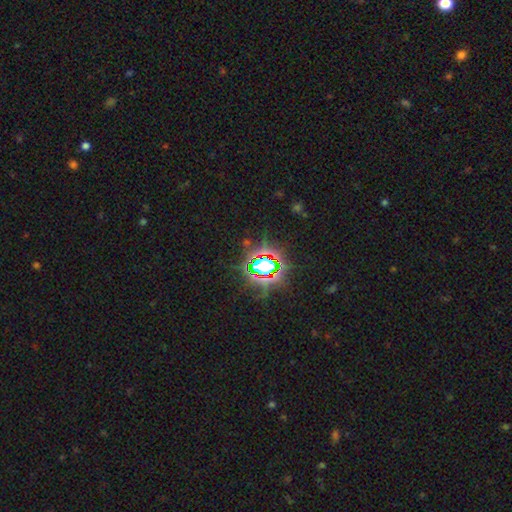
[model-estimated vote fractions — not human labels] smooth_or_featured: star or artifact (p=0.81) [alt: smooth p=0.12]